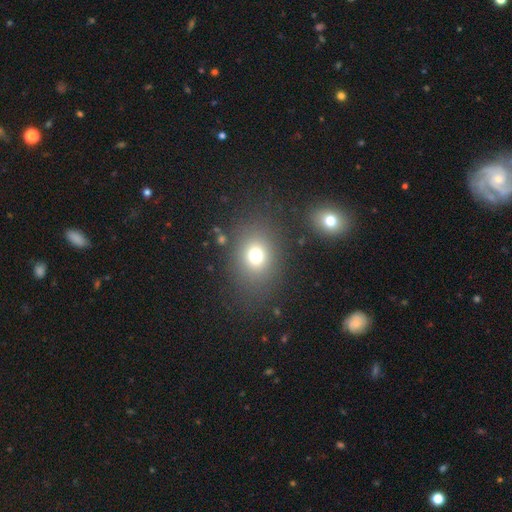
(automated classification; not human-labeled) Smooth or featured? Predicted: smooth (p=0.72). How rounded? Predicted: round (p=0.54). Merging? Predicted: none (p=0.79).